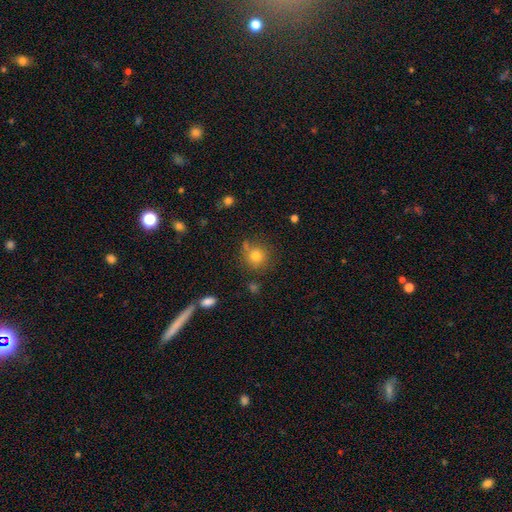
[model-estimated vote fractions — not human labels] A smooth galaxy with no disk features (77%) that is round (90%).

Vote fractions:
- Smooth or featured? smooth: 77% / star or artifact: 14% / featured or disk: 9%
- How rounded? round: 90% / in between: 9% / cigar-shaped: 1%
- Merging? none: 75% / minor disturbance: 13% / merger: 7% / major disturbance: 4%